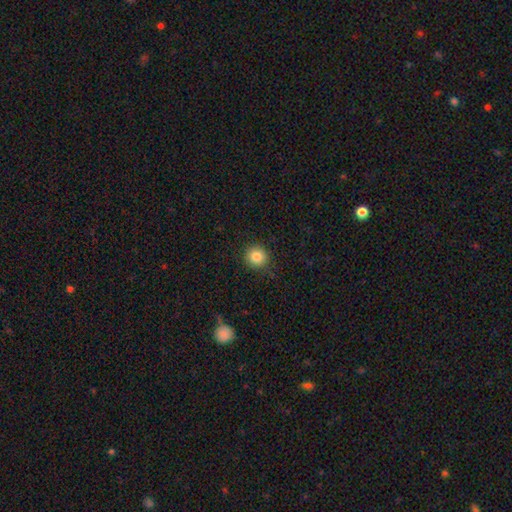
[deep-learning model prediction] smooth_or_featured: smooth (p=0.85) [alt: star or artifact p=0.10]
how_rounded: round (p=0.92) [alt: in between p=0.07]
merging: none (p=0.88) [alt: minor disturbance p=0.08]